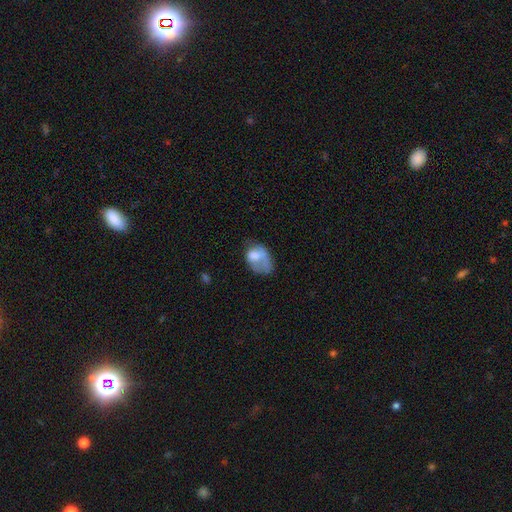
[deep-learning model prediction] Smooth or featured: smooth — 61% (featured or disk — 30%)
How rounded: in between — 78% (round — 21%)
Merging: major disturbance — 43% (minor disturbance — 26%)